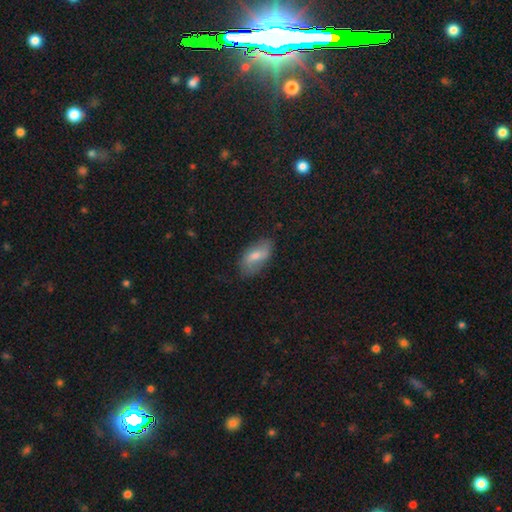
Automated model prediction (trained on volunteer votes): Morphology: type=smooth (53%); roundness=in between (89%); merging=none (73%).